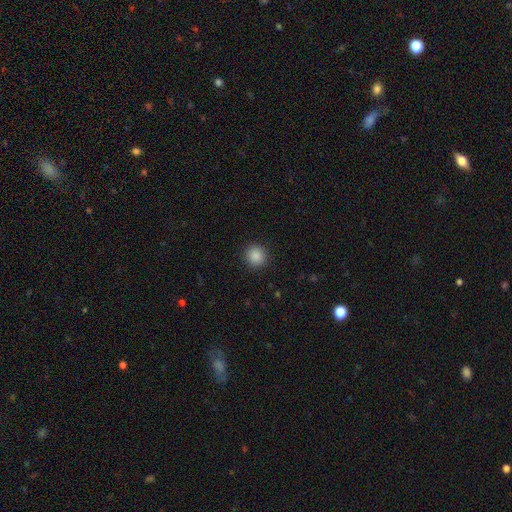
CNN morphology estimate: A smooth galaxy with no disk features (87%) that is round (93%). Merging: none (92%).